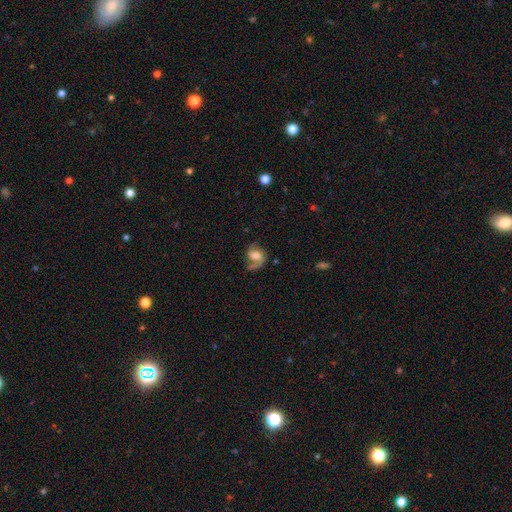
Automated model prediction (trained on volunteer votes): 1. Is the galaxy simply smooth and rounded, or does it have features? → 69% featured or disk, 23% smooth, 8% star or artifact.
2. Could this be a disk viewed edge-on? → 97% no, 3% yes.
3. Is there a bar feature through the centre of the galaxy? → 52% no, 38% weak, 10% strong.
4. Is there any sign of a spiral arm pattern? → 92% yes, 8% no.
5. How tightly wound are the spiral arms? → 44% medium, 41% loose, 15% tight.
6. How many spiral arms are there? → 60% 2, 32% 1, 5% can't tell, 1% 3, 1% 4, 1% more than 4.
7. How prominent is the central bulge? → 42% moderate, 24% large, 21% small, 10% none, 3% dominant.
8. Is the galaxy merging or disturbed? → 53% none, 22% major disturbance, 21% minor disturbance, 3% merger.